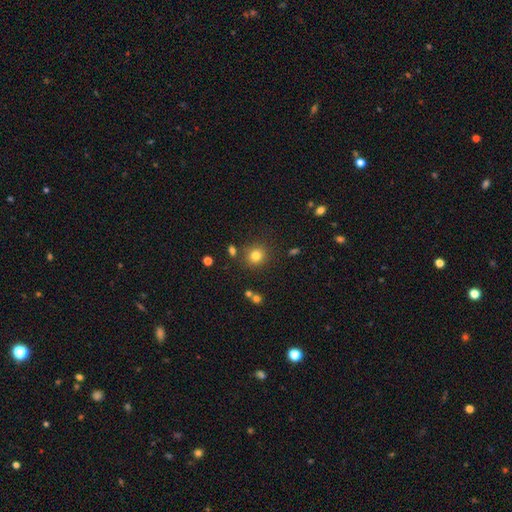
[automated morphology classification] Smooth or featured: smooth — 80% (star or artifact — 14%)
How rounded: round — 89% (in between — 10%)
Merging: none — 83% (minor disturbance — 9%)